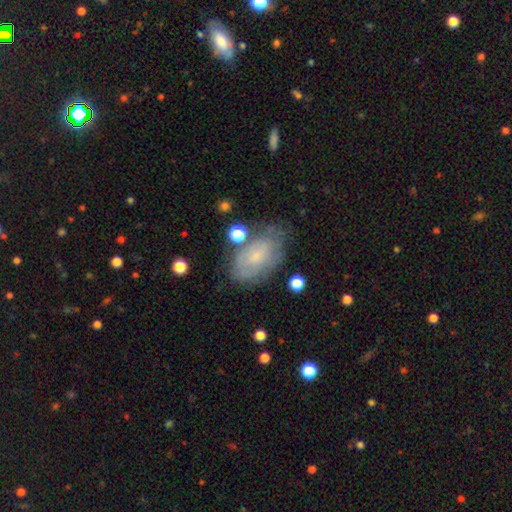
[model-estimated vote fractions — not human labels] Q: Smooth or featured?
A: smooth (49%); runner-up: featured or disk (42%)
Q: Merging?
A: none (60%); runner-up: minor disturbance (24%)